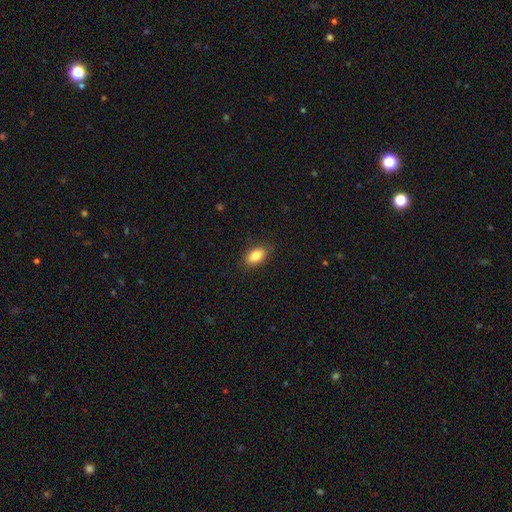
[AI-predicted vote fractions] smooth 86%, star or artifact 8%, featured or disk 6%. Down the decision tree: how rounded — in between (89%); merging — none (87%).